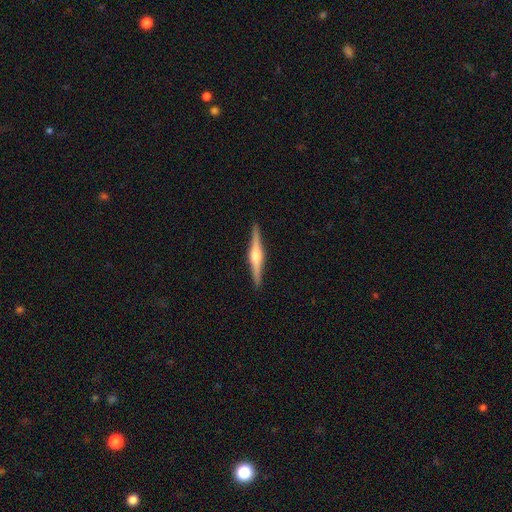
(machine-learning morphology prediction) Overall: featured or disk (78%). Edge-on disk: yes (98%). Edge-on bulge: rounded (88%). Merging: none (92%).